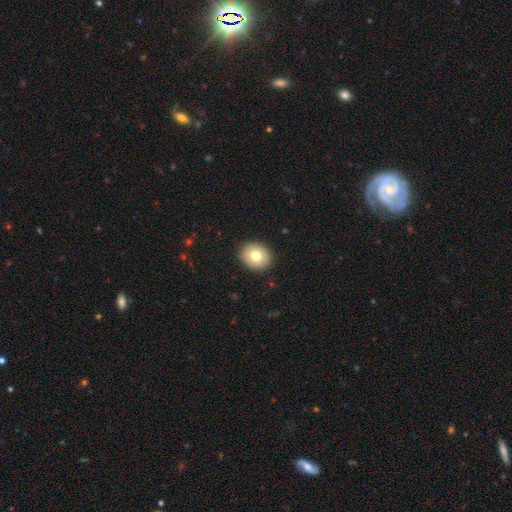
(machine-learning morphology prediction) This is likely a smooth galaxy (76%). How rounded: likely round (64%). Merging: clearly none (91%).